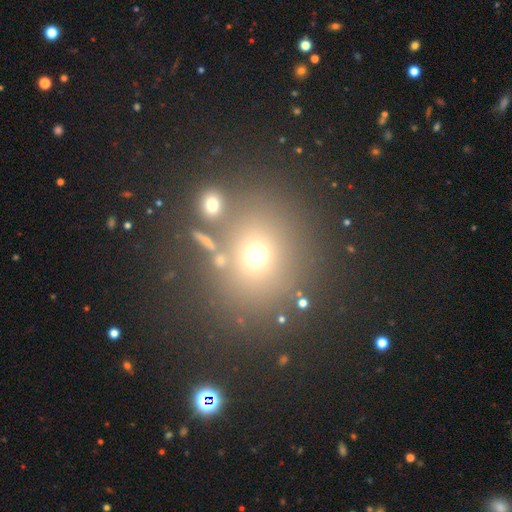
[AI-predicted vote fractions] smooth_or_featured: smooth (p=0.59) [alt: star or artifact p=0.30]
how_rounded: round (p=0.82) [alt: in between p=0.17]
merging: none (p=0.75) [alt: merger p=0.10]